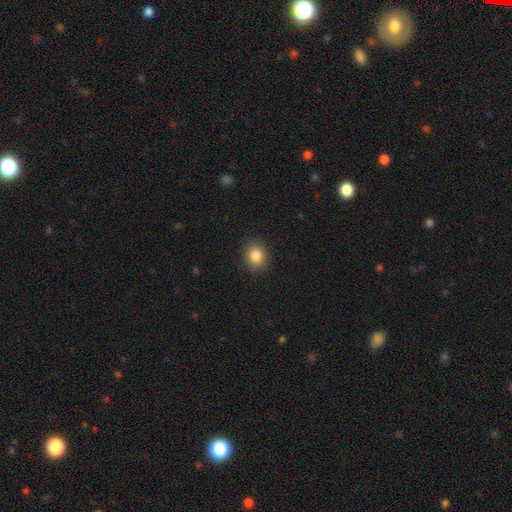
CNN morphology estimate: A smooth galaxy with no disk features (85%) that is round (68%).

Vote fractions:
- Smooth or featured? smooth: 85% / star or artifact: 10% / featured or disk: 6%
- How rounded? round: 68% / in between: 31% / cigar-shaped: 1%
- Merging? none: 89% / minor disturbance: 8% / major disturbance: 2% / merger: 1%